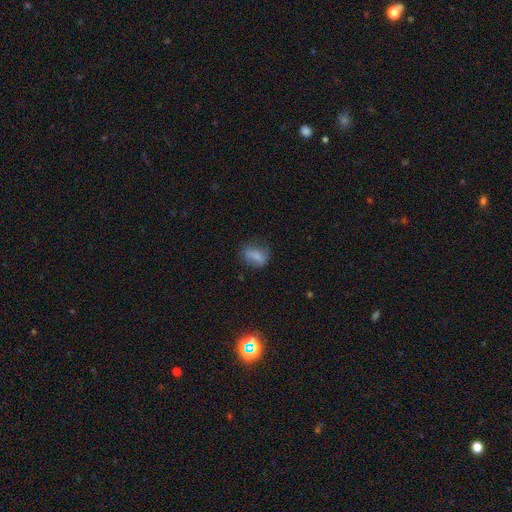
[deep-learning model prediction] Morphology: type=smooth (71%); roundness=in between (72%); merging=none (62%).